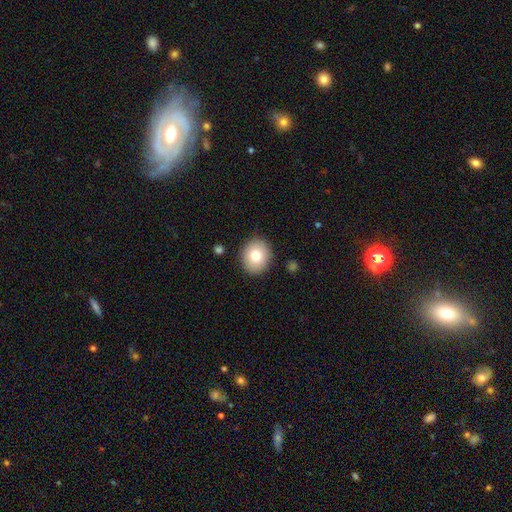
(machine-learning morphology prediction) type=smooth (79%); roundness=round (71%); merging=none (88%).